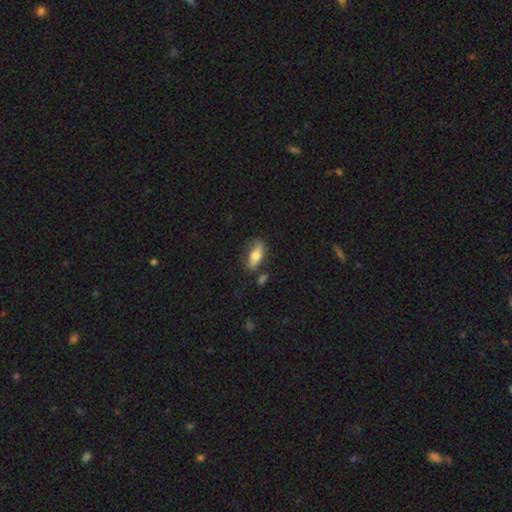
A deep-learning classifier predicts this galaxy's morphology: smooth-or-featured: smooth: 70% | featured or disk: 24% | star or artifact: 7%
  how-rounded: in between: 80% | cigar-shaped: 16% | round: 3%
  merging: none: 64% | minor disturbance: 21% | merger: 8% | major disturbance: 7%